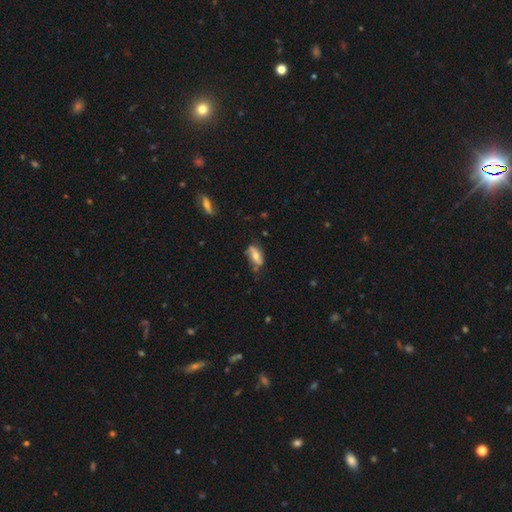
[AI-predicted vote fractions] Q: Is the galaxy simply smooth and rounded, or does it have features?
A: featured or disk — 47%.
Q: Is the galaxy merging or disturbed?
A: none — 63%.